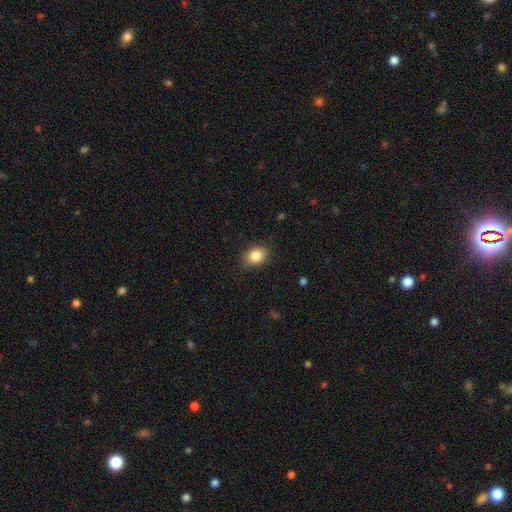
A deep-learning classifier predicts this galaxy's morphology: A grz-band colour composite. It shows a smooth galaxy with no disk features (85%) that is in between round and cigar-shaped (69%). Merging: none (87%).